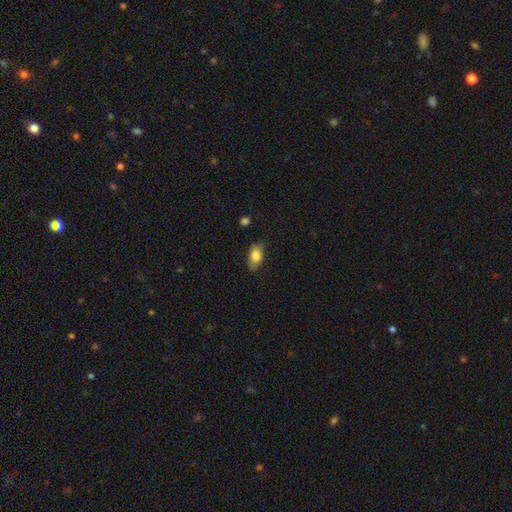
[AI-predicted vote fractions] Smooth or featured?
  - smooth: 81% *
  - featured or disk: 12%
  - star or artifact: 7%
How rounded?
  - in between: 90% *
  - round: 7%
  - cigar-shaped: 3%
Merging?
  - none: 74% *
  - minor disturbance: 20%
  - major disturbance: 5%
  - merger: 1%